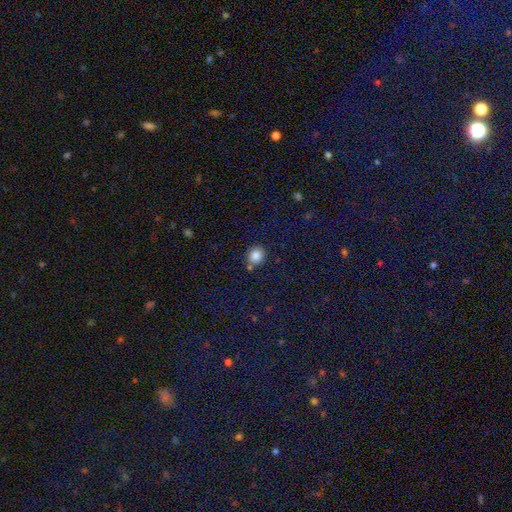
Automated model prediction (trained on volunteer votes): smooth 84%, star or artifact 10%, featured or disk 5%. Down the decision tree: how rounded — round (81%); merging — none (77%).